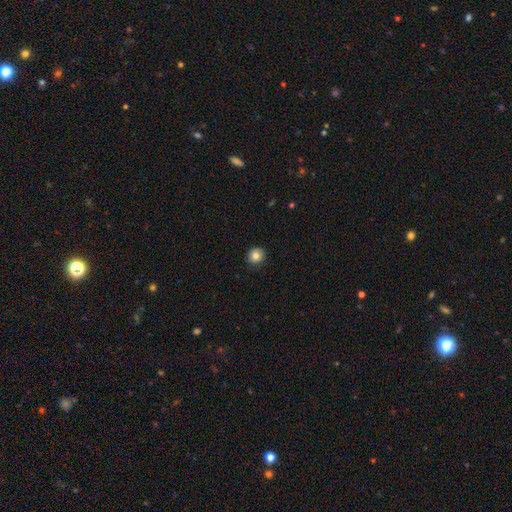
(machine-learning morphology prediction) Smooth or featured? smooth (82%)
How rounded? round (91%)
Merging? none (89%)